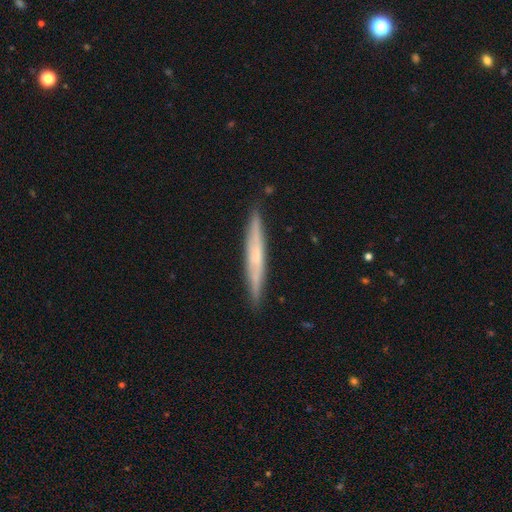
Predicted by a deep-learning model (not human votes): Smooth or featured?
  - featured or disk: 53% *
  - smooth: 42%
  - star or artifact: 6%
Edge-on disk?
  - yes: 94% *
  - no: 6%
Merging?
  - none: 90% *
  - minor disturbance: 8%
  - major disturbance: 1%
  - merger: 1%